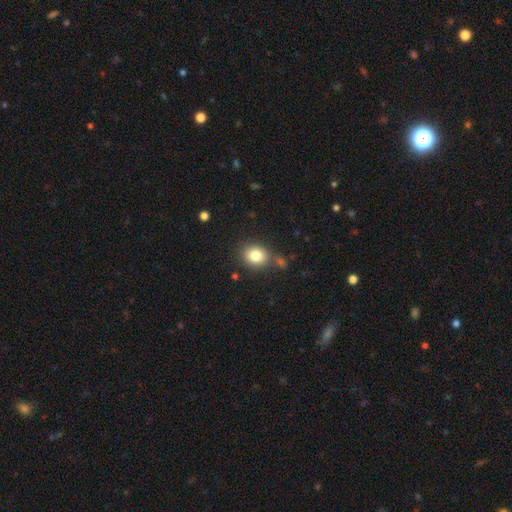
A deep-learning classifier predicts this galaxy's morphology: This is clearly a smooth galaxy (81%). How rounded: likely round (61%). Merging: likely none (72%).